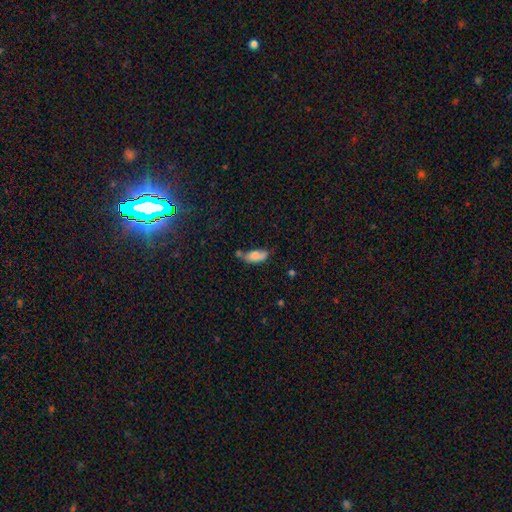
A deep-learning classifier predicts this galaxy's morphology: type=smooth (78%); roundness=in between (82%); merging=none (46%).